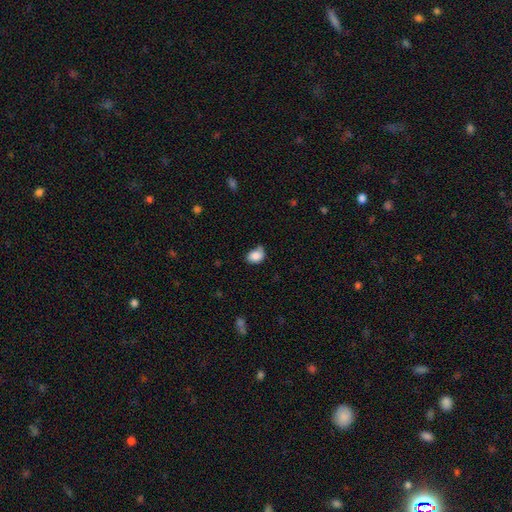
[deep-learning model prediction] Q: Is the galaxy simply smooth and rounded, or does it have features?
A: smooth — 85%.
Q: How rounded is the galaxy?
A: in between — 66%.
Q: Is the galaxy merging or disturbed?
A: none — 53%.